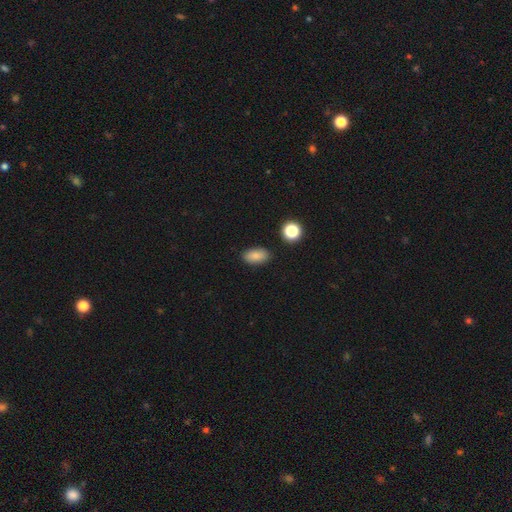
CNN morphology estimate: Smooth or featured: smooth — 85% (star or artifact — 9%)
How rounded: in between — 90% (round — 7%)
Merging: none — 86% (minor disturbance — 9%)